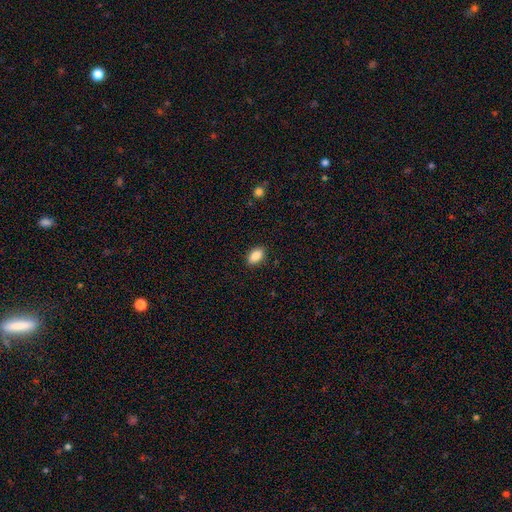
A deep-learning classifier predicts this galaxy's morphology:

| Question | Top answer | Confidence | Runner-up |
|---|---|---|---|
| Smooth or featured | smooth | 88% | star or artifact (8%) |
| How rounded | in between | 91% | round (6%) |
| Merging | none | 89% | minor disturbance (8%) |